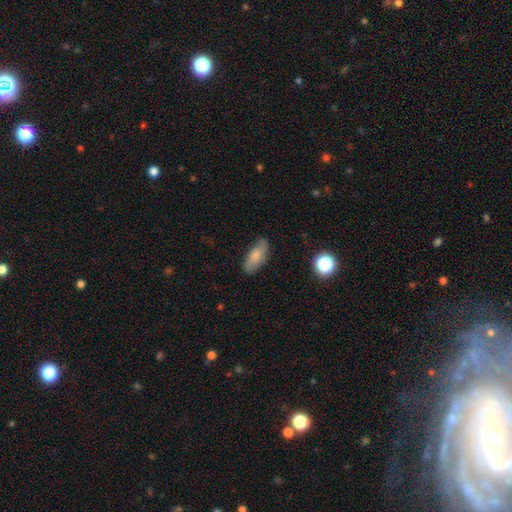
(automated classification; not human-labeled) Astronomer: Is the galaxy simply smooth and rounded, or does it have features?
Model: smooth — 62%.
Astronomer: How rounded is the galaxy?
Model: in between — 85%.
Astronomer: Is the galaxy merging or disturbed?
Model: none — 72%.